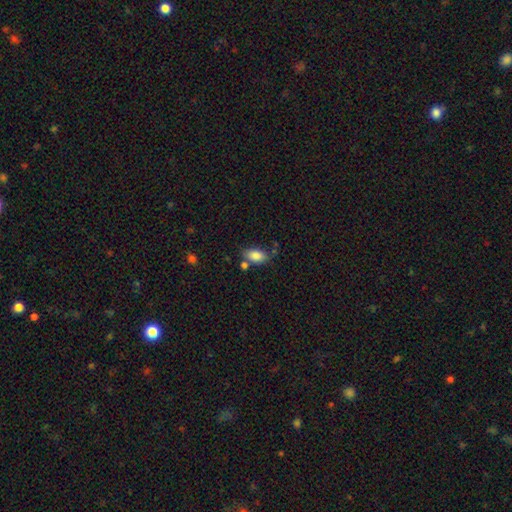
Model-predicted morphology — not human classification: Smooth or featured?
  - smooth: 86% *
  - star or artifact: 8%
  - featured or disk: 6%
How rounded?
  - in between: 90% *
  - round: 6%
  - cigar-shaped: 4%
Merging?
  - none: 64% *
  - minor disturbance: 17%
  - merger: 14%
  - major disturbance: 5%